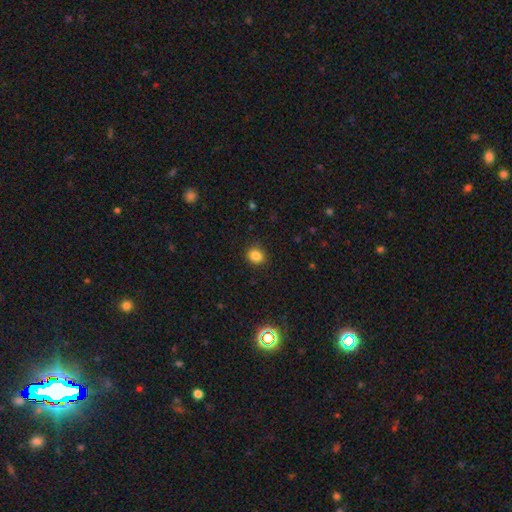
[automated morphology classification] type=smooth (84%); roundness=round (68%); merging=none (89%).